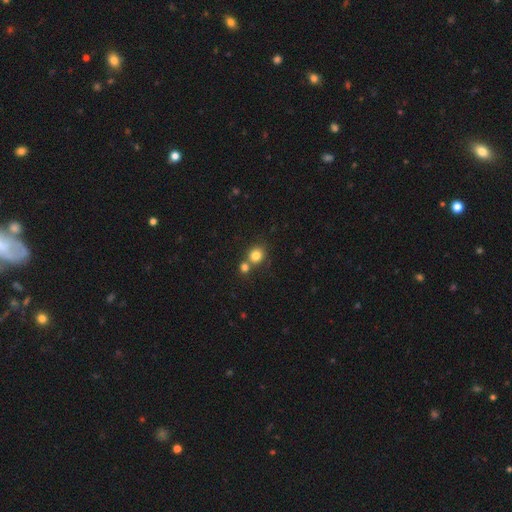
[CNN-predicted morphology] A smooth galaxy with no disk features (81%) that is round (79%).

Vote fractions:
- Smooth or featured? smooth: 81% / star or artifact: 11% / featured or disk: 8%
- How rounded? round: 79% / in between: 20% / cigar-shaped: 1%
- Merging? none: 55% / merger: 34% / minor disturbance: 8% / major disturbance: 3%